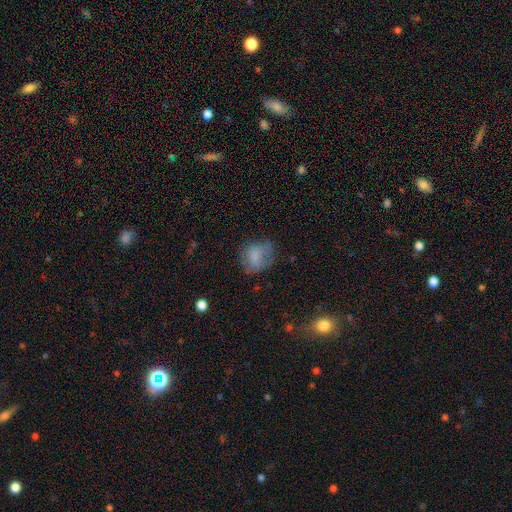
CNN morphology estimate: Q: Smooth or featured?
A: smooth (73%); runner-up: featured or disk (17%)
Q: How rounded?
A: round (63%); runner-up: in between (36%)
Q: Merging?
A: none (53%); runner-up: minor disturbance (28%)